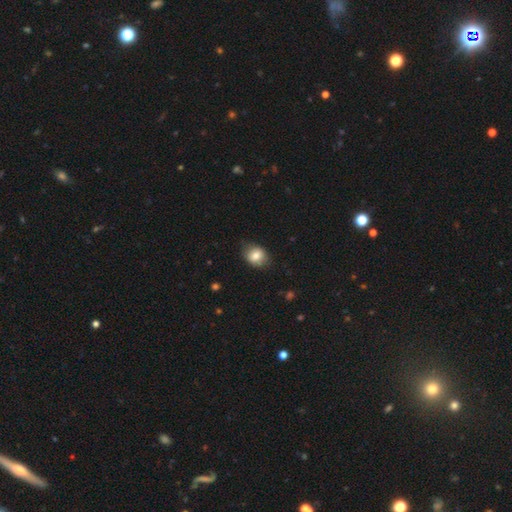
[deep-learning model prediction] Morphology: type=smooth (79%); roundness=round (52%); merging=none (78%).